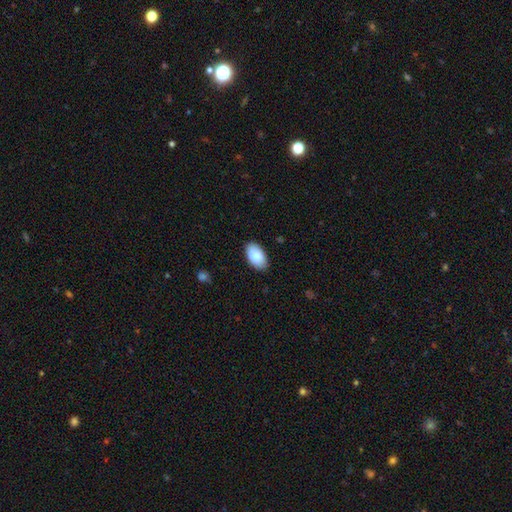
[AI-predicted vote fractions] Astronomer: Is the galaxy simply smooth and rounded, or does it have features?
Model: smooth — 88%.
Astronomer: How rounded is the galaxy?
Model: in between — 95%.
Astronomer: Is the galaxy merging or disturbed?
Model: none — 85%.